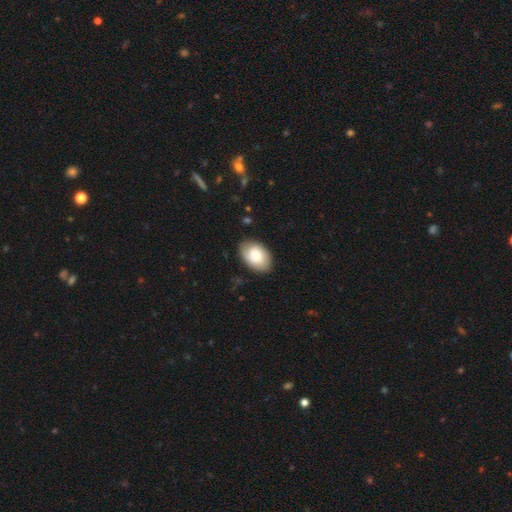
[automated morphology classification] A smooth galaxy with no disk features (72%) that is in between round and cigar-shaped (88%).

Vote fractions:
- Smooth or featured? smooth: 72% / featured or disk: 22% / star or artifact: 6%
- How rounded? in between: 88% / round: 11% / cigar-shaped: 1%
- Merging? none: 82% / minor disturbance: 13% / major disturbance: 3% / merger: 1%